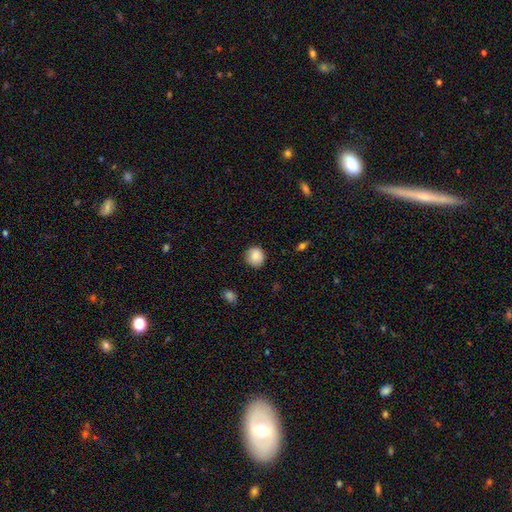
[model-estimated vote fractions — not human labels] Morphology: type=smooth (87%); roundness=round (89%); merging=none (82%).